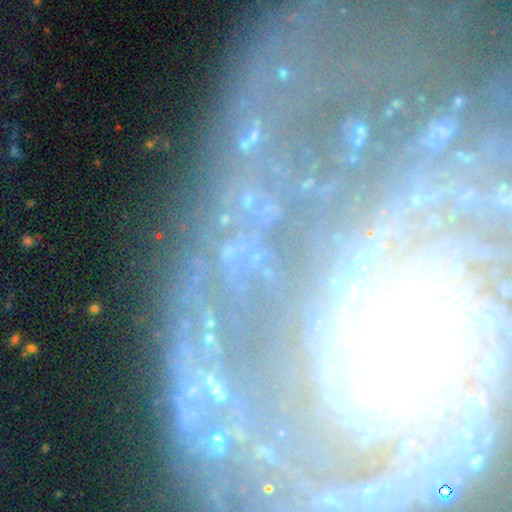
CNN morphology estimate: Smooth or featured?
  - star or artifact: 59% *
  - featured or disk: 25%
  - smooth: 16%